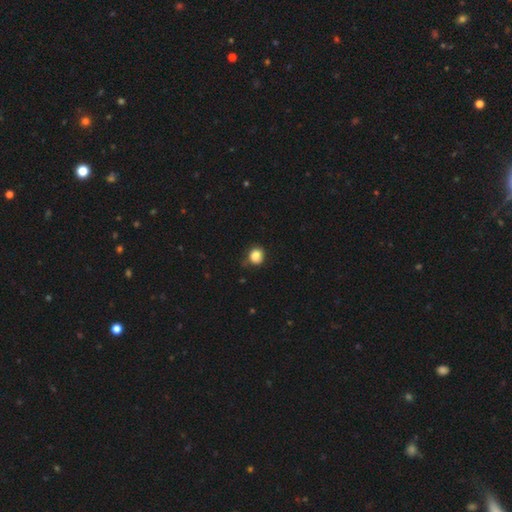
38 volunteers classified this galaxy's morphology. This appears to be a smooth galaxy with no disk features (79%) that is round (90%). Merging: none (66%).